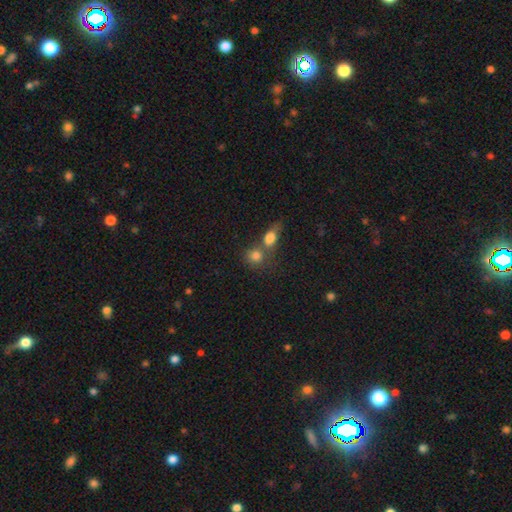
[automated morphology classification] A smooth galaxy with no disk features (80%) that is round (69%).

Vote fractions:
- Smooth or featured? smooth: 80% / star or artifact: 11% / featured or disk: 9%
- How rounded? round: 69% / in between: 29% / cigar-shaped: 2%
- Merging? merger: 51% / none: 36% / minor disturbance: 8% / major disturbance: 5%